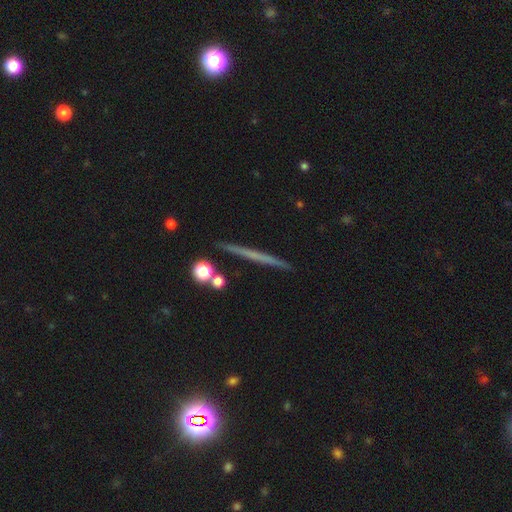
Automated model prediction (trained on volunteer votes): Q: Smooth or featured?
A: featured or disk (55%); runner-up: smooth (35%)
Q: Edge-on disk?
A: yes (97%); runner-up: no (3%)
Q: Edge-on bulge?
A: none (85%); runner-up: rounded (11%)
Q: Merging?
A: none (91%); runner-up: minor disturbance (6%)